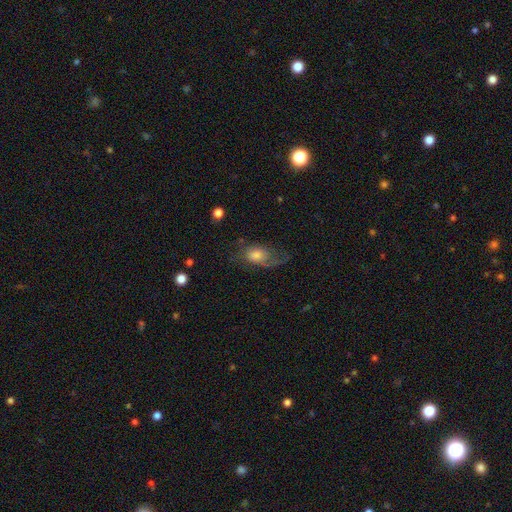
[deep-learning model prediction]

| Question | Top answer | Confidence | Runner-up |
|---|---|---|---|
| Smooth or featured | featured or disk | 45% | tied: smooth (45%) |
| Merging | none | 47% | major disturbance (27%) |